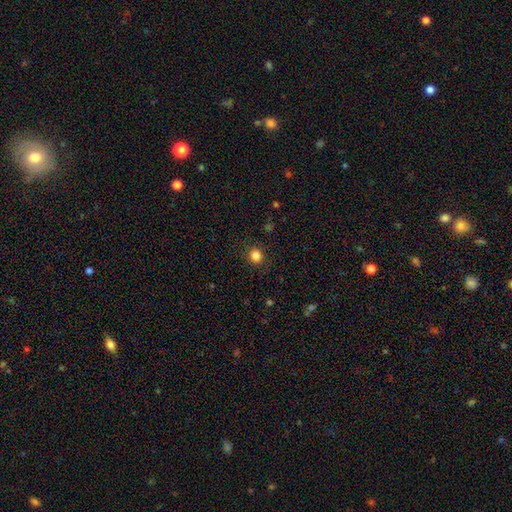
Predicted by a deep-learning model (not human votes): The model was most divided on "how rounded": round: 81%, in between: 18%, cigar-shaped: 1%. More confident: merging — none (89%); smooth or featured — smooth (84%).